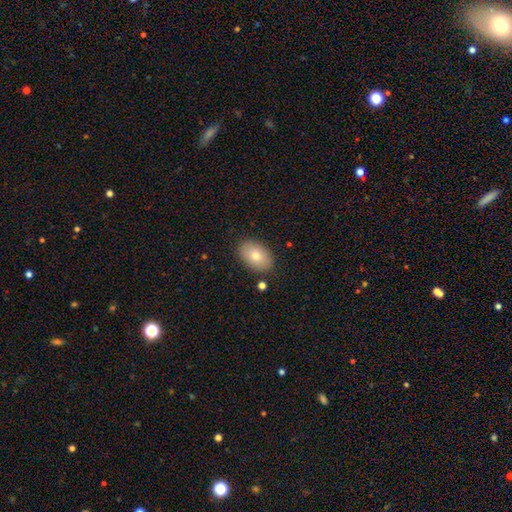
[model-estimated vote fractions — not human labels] smooth-or-featured: smooth: 80% | featured or disk: 13% | star or artifact: 7%
  how-rounded: in between: 89% | round: 10% | cigar-shaped: 1%
  merging: none: 86% | minor disturbance: 10% | major disturbance: 2% | merger: 2%